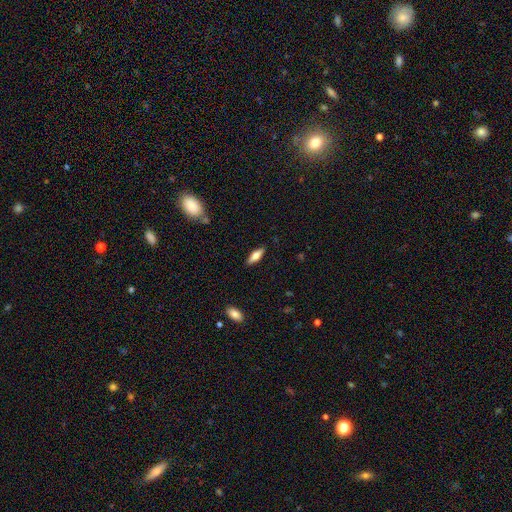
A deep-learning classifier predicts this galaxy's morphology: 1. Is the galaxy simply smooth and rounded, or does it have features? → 56% smooth, 37% featured or disk, 7% star or artifact.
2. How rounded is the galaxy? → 53% in between, 45% cigar-shaped, 2% round.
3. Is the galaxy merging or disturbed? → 87% none, 10% minor disturbance, 2% major disturbance, 1% merger.